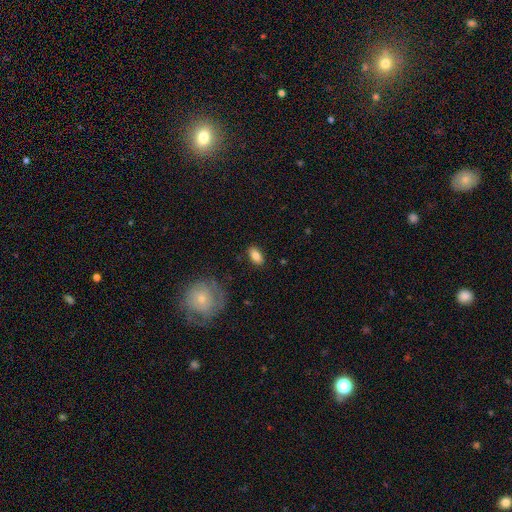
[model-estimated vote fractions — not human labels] This is clearly a smooth galaxy (83%). How rounded: clearly in between (90%). Merging: clearly none (85%).